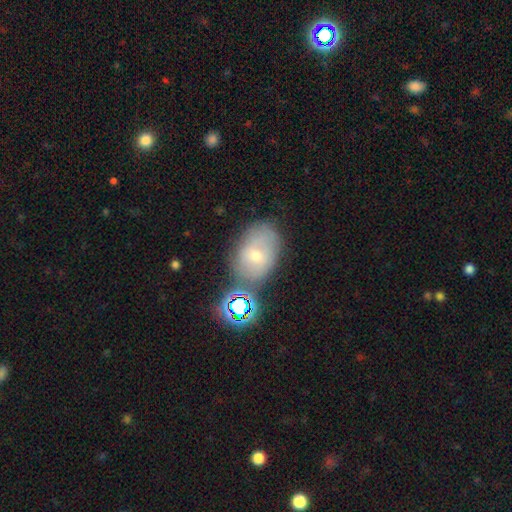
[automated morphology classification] smooth-or-featured: smooth: 48% | featured or disk: 32% | star or artifact: 20%
  merging: none: 61% | minor disturbance: 20% | merger: 12% | major disturbance: 7%